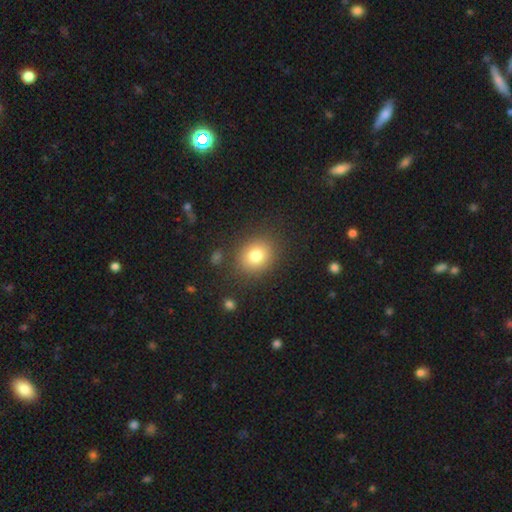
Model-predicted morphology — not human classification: A smooth galaxy with no disk features (81%) that is round (64%). Merging: none (84%).